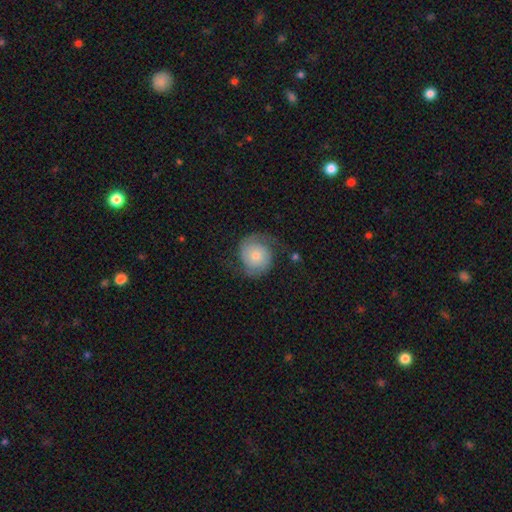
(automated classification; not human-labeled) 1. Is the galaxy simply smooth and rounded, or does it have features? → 65% featured or disk, 28% smooth, 7% star or artifact.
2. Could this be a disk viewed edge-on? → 98% no, 2% yes.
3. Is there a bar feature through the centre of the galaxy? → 78% no, 19% weak, 4% strong.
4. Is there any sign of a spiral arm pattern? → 91% yes, 9% no.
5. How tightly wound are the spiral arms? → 39% medium, 33% loose, 28% tight.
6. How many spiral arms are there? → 86% 2, 6% can't tell, 4% 1, 2% 3, 1% 4, 1% more than 4.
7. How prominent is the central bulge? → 61% small, 31% moderate, 3% large, 3% none, 2% dominant.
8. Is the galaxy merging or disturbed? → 61% none, 21% minor disturbance, 17% major disturbance, 2% merger.